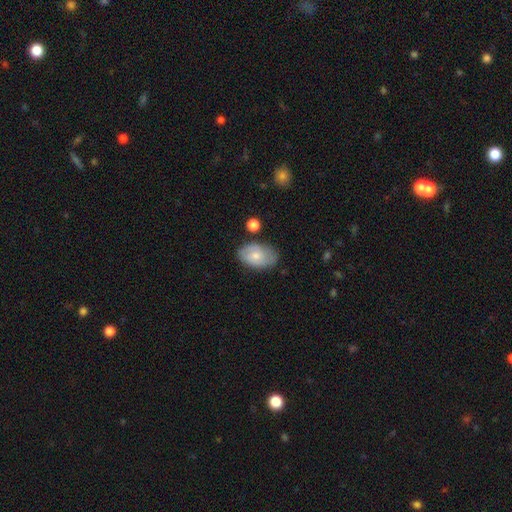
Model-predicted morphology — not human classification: A smooth galaxy with no disk features (64%) that is in between round and cigar-shaped (90%).

Vote fractions:
- Smooth or featured? smooth: 64% / featured or disk: 29% / star or artifact: 7%
- How rounded? in between: 90% / round: 9% / cigar-shaped: 1%
- Merging? none: 70% / minor disturbance: 22% / major disturbance: 5% / merger: 4%